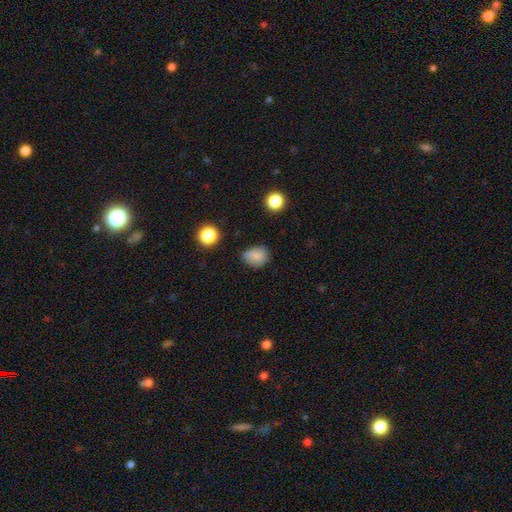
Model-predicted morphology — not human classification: This is clearly a smooth galaxy (83%). How rounded: possibly in between (56%). Merging: likely none (67%).